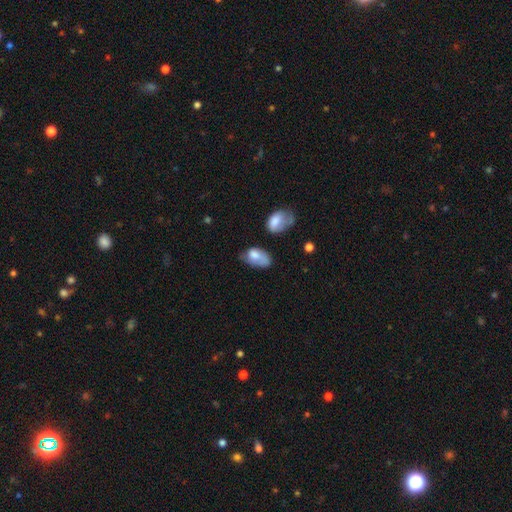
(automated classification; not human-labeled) The model was most divided on "merging": minor disturbance: 37%, none: 27%, major disturbance: 26%, merger: 10%. More confident: how rounded — in between (88%); smooth or featured — smooth (73%).